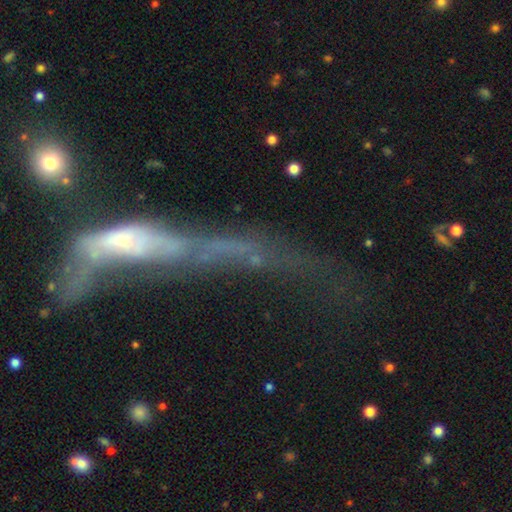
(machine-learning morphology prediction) type=featured or disk (35%); merging=none (35%).